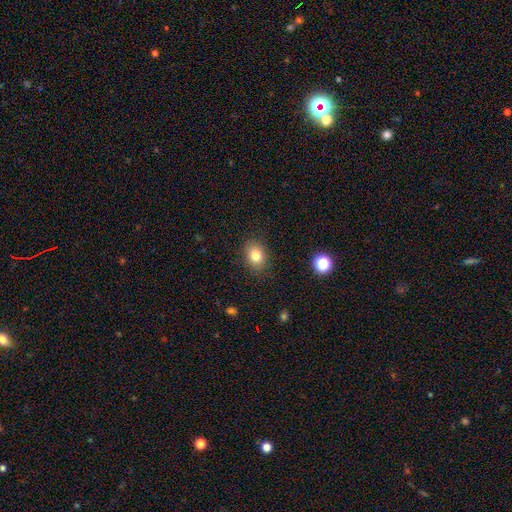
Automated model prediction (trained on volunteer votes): Morphology: type=smooth (82%); roundness=in between (62%); merging=none (86%).